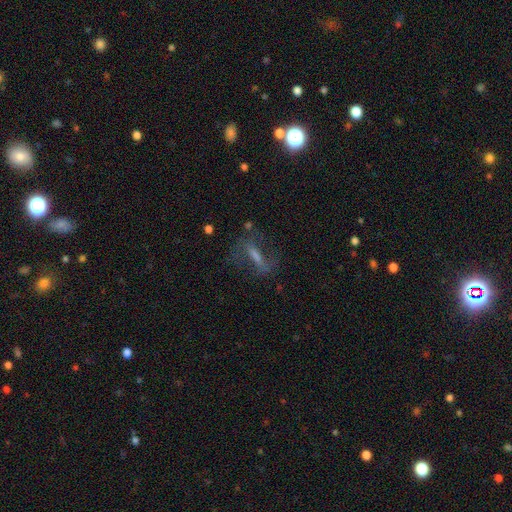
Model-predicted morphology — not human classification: type=featured or disk (54%); edge-on=no (73%); merging=none (66%).